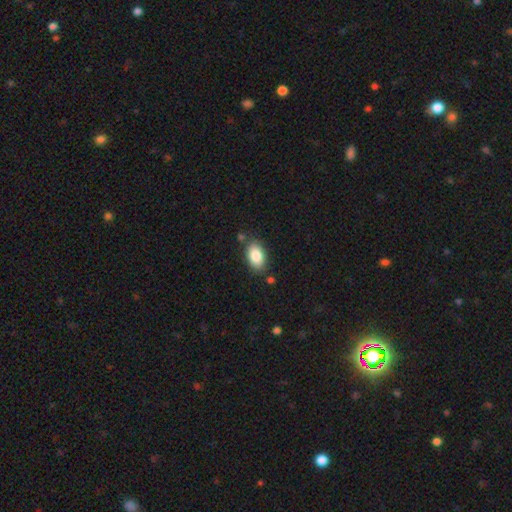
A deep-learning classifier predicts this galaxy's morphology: type=smooth (86%); roundness=in between (93%); merging=none (80%).